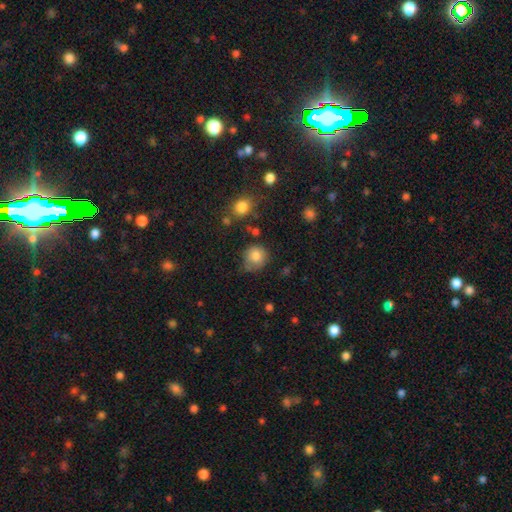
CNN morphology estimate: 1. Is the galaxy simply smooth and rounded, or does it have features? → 81% smooth, 10% star or artifact, 8% featured or disk.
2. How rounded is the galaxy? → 84% round, 15% in between, 1% cigar-shaped.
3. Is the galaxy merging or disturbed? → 58% none, 27% minor disturbance, 9% major disturbance, 5% merger.